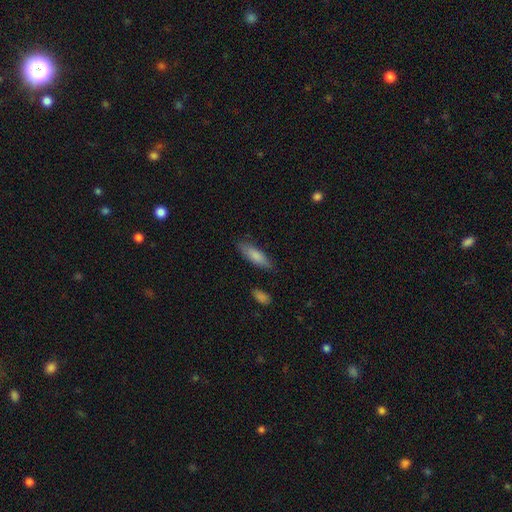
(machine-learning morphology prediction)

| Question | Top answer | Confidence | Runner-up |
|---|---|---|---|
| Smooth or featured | smooth | 82% | featured or disk (12%) |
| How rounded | cigar-shaped | 49% | tied: in between (49%) |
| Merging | none | 81% | minor disturbance (14%) |